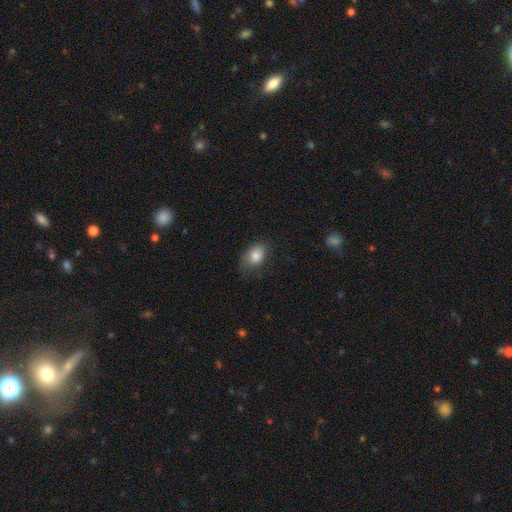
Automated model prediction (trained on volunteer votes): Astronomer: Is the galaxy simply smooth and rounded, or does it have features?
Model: smooth — 84%.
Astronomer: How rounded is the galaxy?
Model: in between — 76%.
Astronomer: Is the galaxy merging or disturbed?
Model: none — 64%.